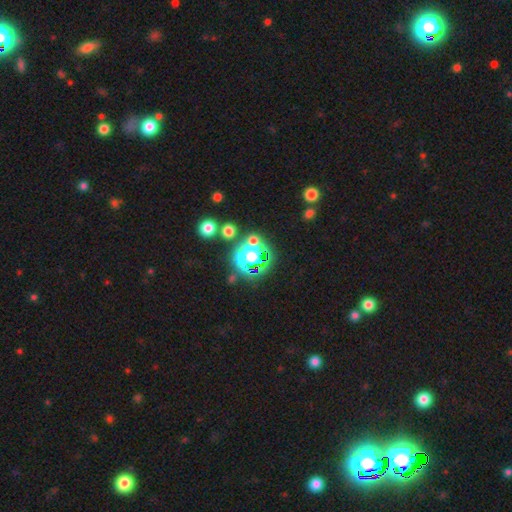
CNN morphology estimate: Smooth or featured? star or artifact (76%)